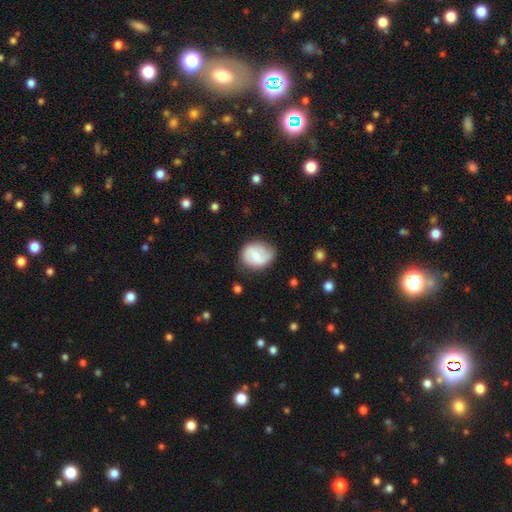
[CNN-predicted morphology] Smooth or featured? smooth (53%)
How rounded? round (58%)
Merging? none (68%)